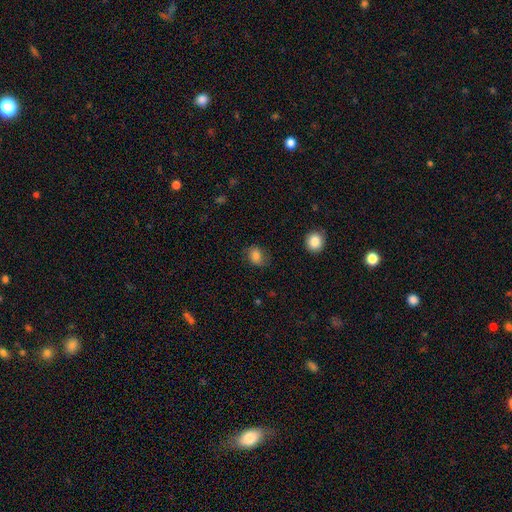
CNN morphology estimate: Smooth or featured? Predicted: smooth (p=0.81). How rounded? Predicted: in between (p=0.53). Merging? Predicted: none (p=0.71).